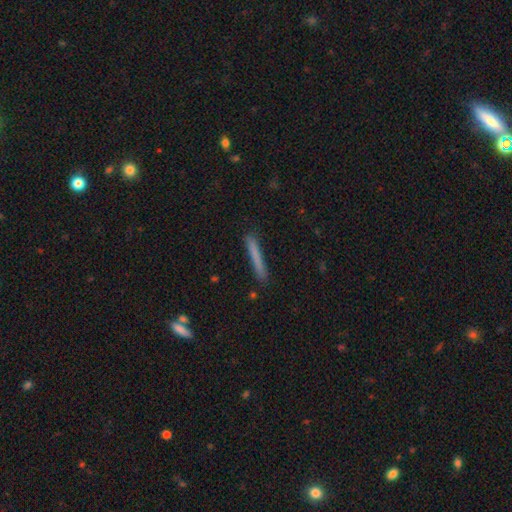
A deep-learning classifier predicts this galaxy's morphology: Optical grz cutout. It shows a smooth galaxy with no disk features (73%) that is cigar-shaped (97%). Merging: none (86%).